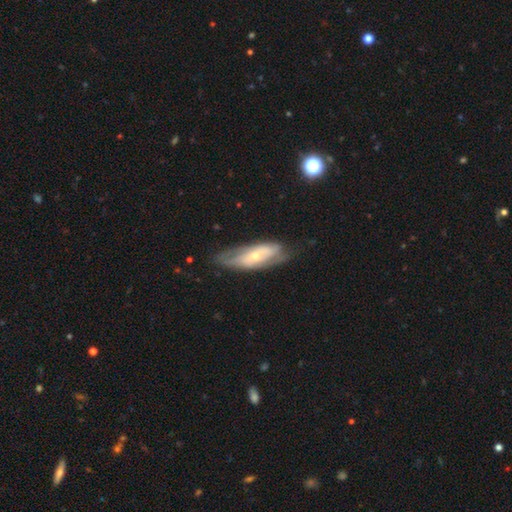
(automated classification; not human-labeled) Smooth or featured? Predicted: featured or disk (p=0.67). Edge-on disk? Predicted: no (p=0.82). Bar? Predicted: no (p=0.66). Spiral arms? Predicted: yes (p=0.74). Bulge size? Predicted: small (p=0.51). Merging? Predicted: none (p=0.65).